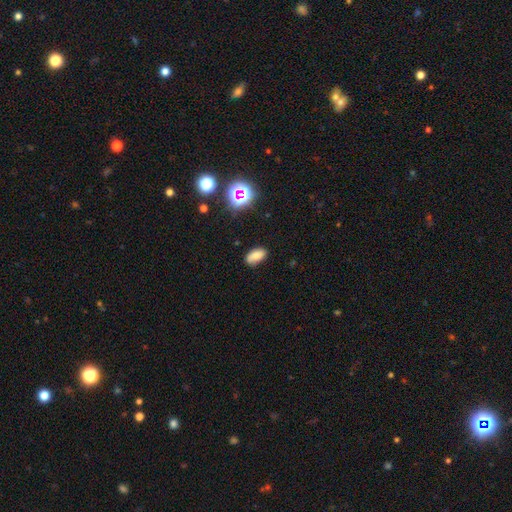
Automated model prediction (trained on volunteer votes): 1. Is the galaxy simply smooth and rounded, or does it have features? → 77% smooth, 14% star or artifact, 9% featured or disk.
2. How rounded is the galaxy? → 91% in between, 5% round, 4% cigar-shaped.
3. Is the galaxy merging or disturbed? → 76% none, 18% minor disturbance, 4% major disturbance, 2% merger.